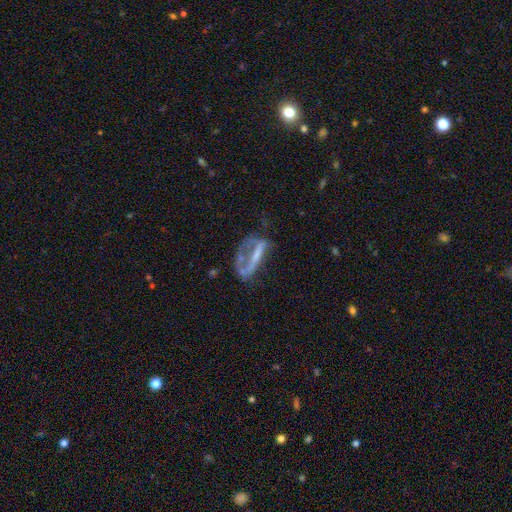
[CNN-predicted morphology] Smooth or featured? Predicted: featured or disk (p=0.58). Edge-on disk? Predicted: no (p=0.83). Merging? Predicted: major disturbance (p=0.45).